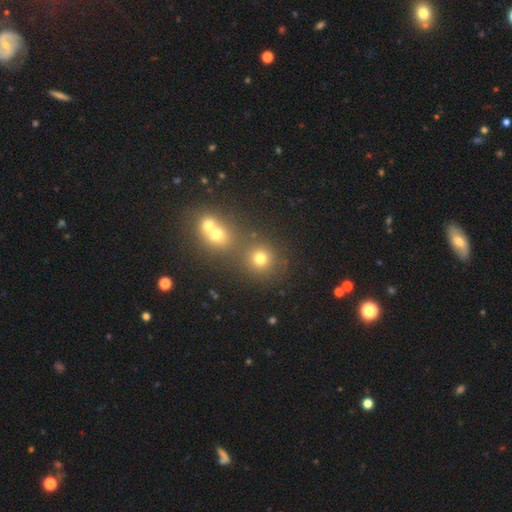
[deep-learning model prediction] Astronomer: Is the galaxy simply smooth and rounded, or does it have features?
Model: smooth — 54% (runner-up: star or artifact, 32%).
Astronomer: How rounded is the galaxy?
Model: round — 71%.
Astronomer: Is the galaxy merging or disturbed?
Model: merger — 51% (runner-up: none, 40%).